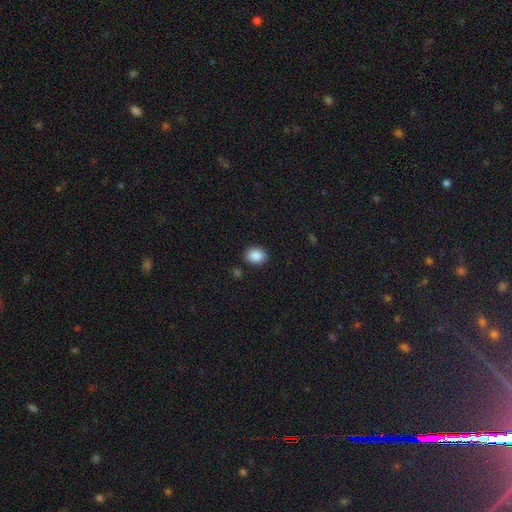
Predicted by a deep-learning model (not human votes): Q: Smooth or featured?
A: smooth (88%); runner-up: star or artifact (8%)
Q: How rounded?
A: in between (53%); runner-up: round (46%)
Q: Merging?
A: none (87%); runner-up: minor disturbance (9%)